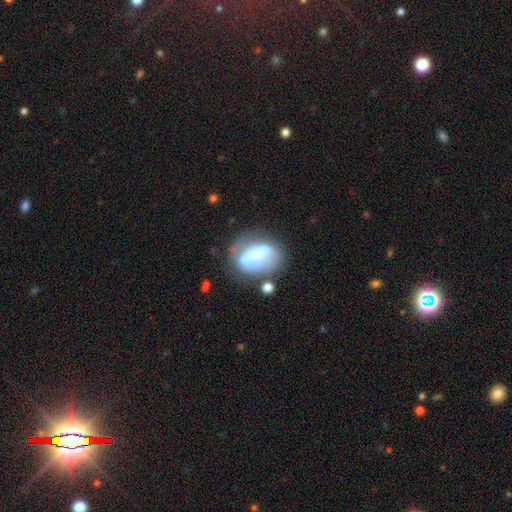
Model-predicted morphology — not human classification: smooth-or-featured: featured or disk: 48% | smooth: 42% | star or artifact: 10%
  merging: none: 41% | minor disturbance: 24% | major disturbance: 19% | merger: 15%